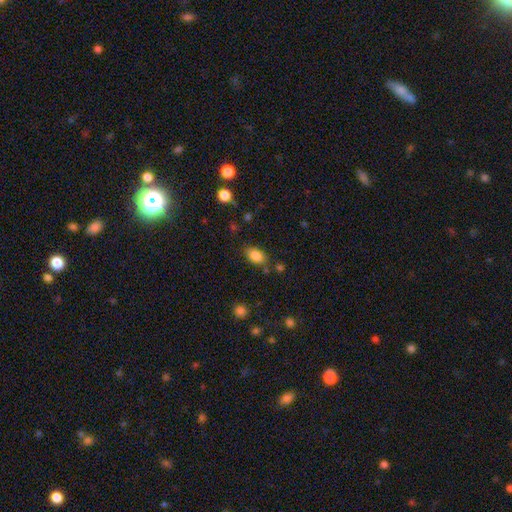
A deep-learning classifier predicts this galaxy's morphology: This is clearly a smooth galaxy (84%). How rounded: clearly in between (85%). Merging: likely none (77%).